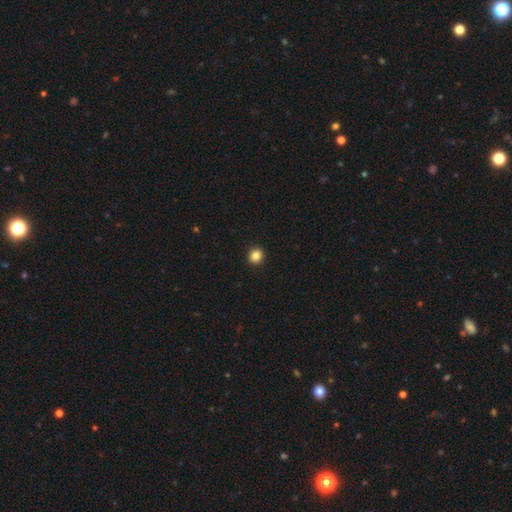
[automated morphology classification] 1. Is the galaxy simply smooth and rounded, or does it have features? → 85% smooth, 11% star or artifact, 4% featured or disk.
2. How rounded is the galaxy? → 87% round, 12% in between, 1% cigar-shaped.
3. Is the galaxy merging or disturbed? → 94% none, 4% minor disturbance, 1% major disturbance, 1% merger.